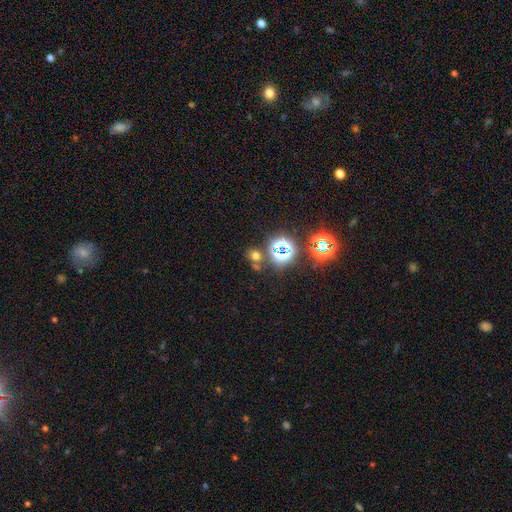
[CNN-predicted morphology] type=smooth (51%); roundness=round (71%); merging=none (68%).